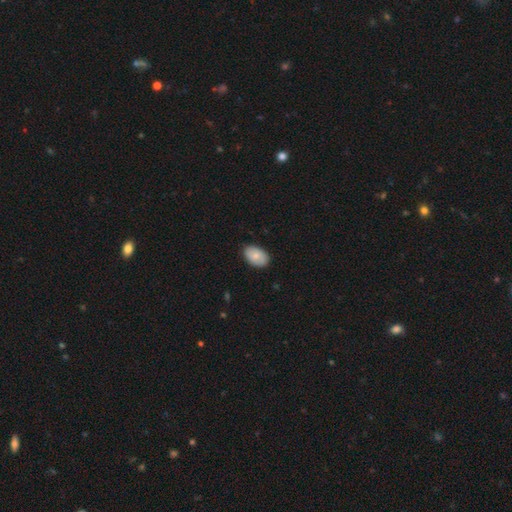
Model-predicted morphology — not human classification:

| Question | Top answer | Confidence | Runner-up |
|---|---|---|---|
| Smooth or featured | smooth | 81% | featured or disk (13%) |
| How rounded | in between | 91% | round (8%) |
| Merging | none | 86% | minor disturbance (11%) |